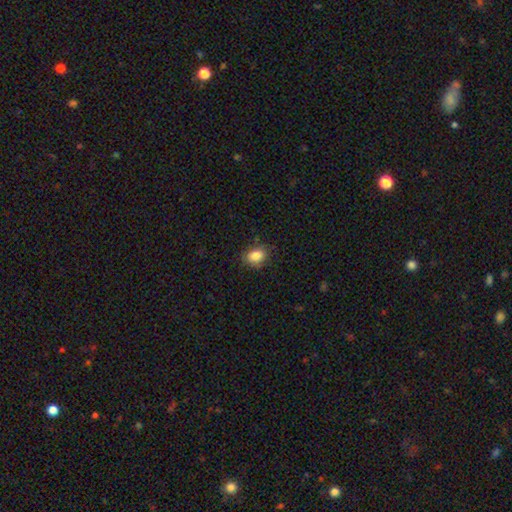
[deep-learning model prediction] Morphology: type=smooth (85%); roundness=in between (74%); merging=none (82%).